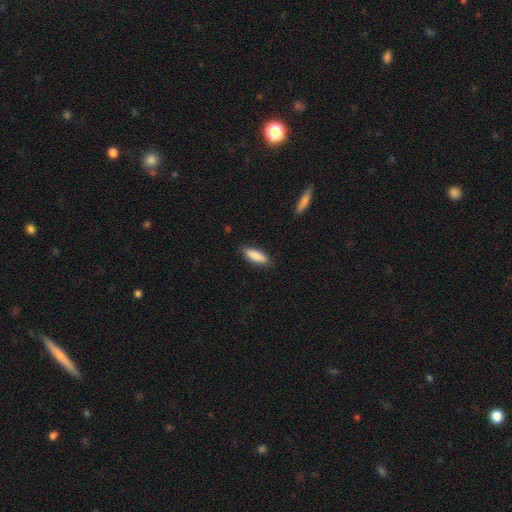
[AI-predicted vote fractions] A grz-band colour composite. It shows a smooth galaxy with no disk features (88%) that is in between round and cigar-shaped (58%). Merging: none (86%).